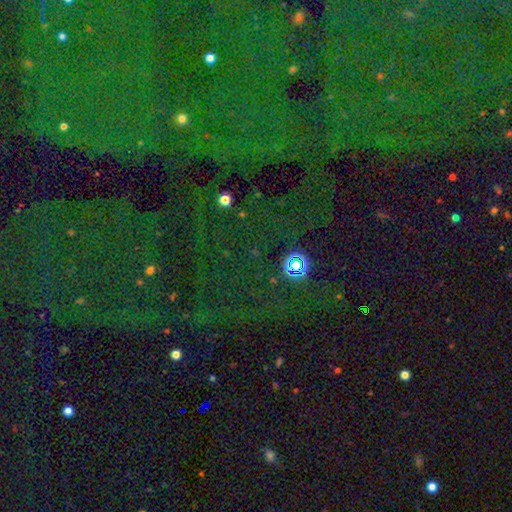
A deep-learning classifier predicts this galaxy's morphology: This is clearly a star or artifact rather than a galaxy (83%).